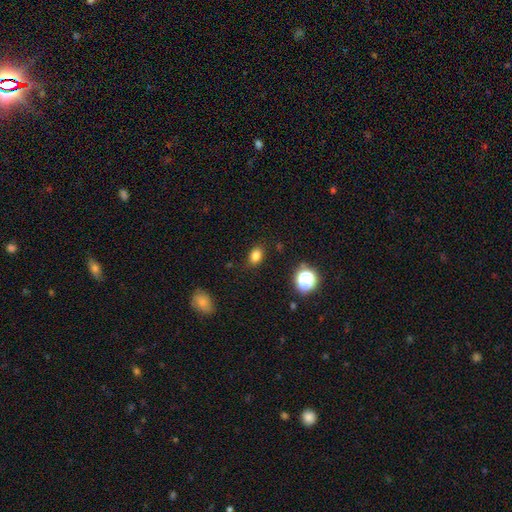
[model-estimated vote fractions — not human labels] smooth 80%, star or artifact 14%, featured or disk 6%. Down the decision tree: how rounded — in between (75%); merging — none (85%).